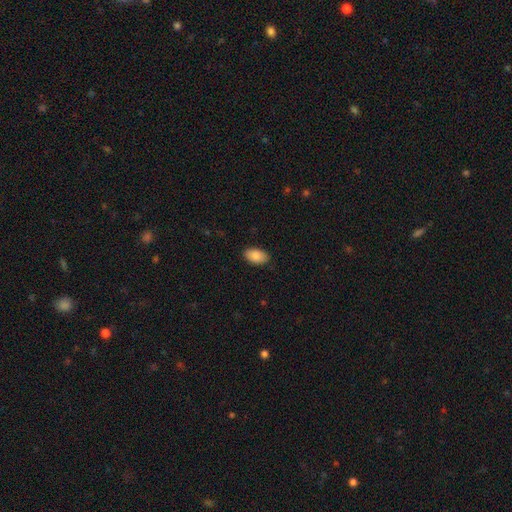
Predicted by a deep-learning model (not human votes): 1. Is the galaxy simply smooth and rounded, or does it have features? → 87% smooth, 6% star or artifact, 6% featured or disk.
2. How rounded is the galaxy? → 94% in between, 5% round, 1% cigar-shaped.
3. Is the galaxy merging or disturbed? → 88% none, 9% minor disturbance, 2% major disturbance, 1% merger.